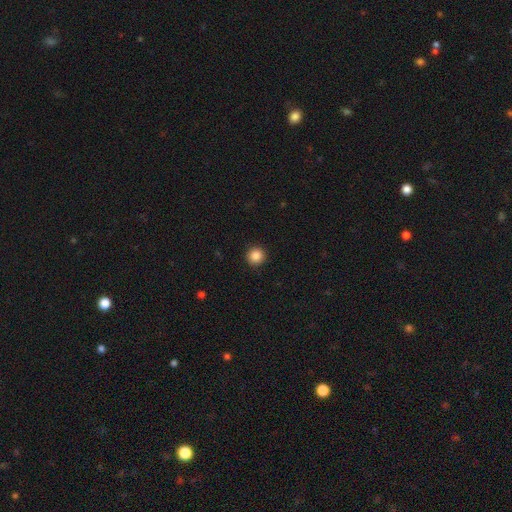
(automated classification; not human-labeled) The model was most divided on "smooth or featured": smooth: 86%, star or artifact: 10%, featured or disk: 4%. More confident: how rounded — round (95%); merging — none (93%).